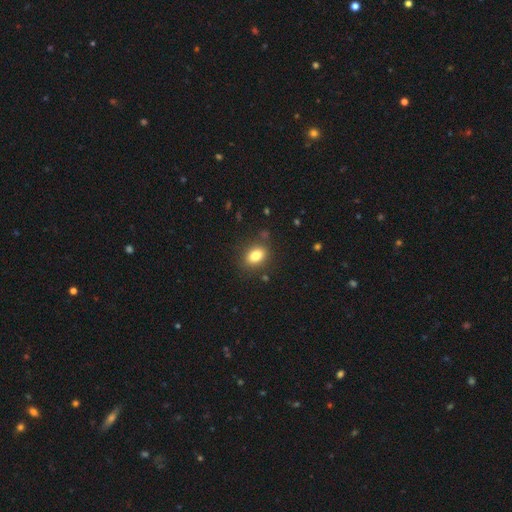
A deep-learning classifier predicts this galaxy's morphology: Smooth or featured: smooth — 82% (star or artifact — 10%)
How rounded: in between — 75% (round — 24%)
Merging: none — 83% (minor disturbance — 11%)